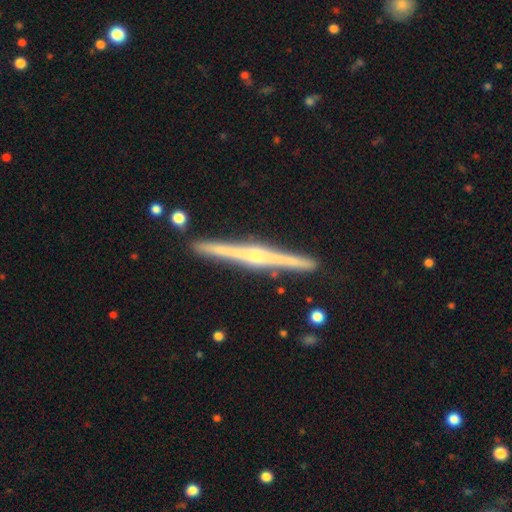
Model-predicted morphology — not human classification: This is clearly a featured or disk galaxy (86%). It is clearly viewed edge-on (99%). Edge-on bulge: clearly rounded (84%). Merging: clearly none (91%).